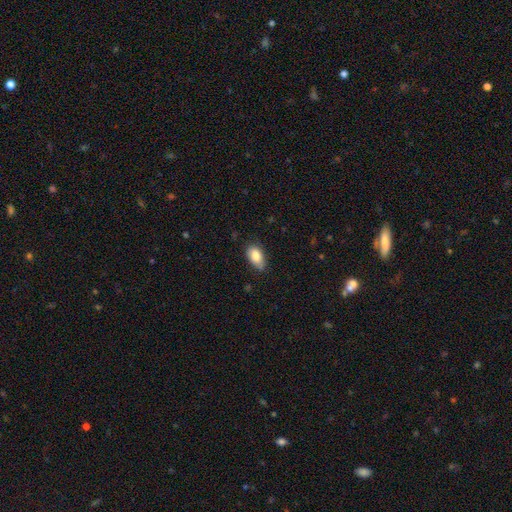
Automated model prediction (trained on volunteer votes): Q: Smooth or featured?
A: smooth (84%); runner-up: featured or disk (9%)
Q: How rounded?
A: in between (92%); runner-up: round (5%)
Q: Merging?
A: none (70%); runner-up: minor disturbance (25%)